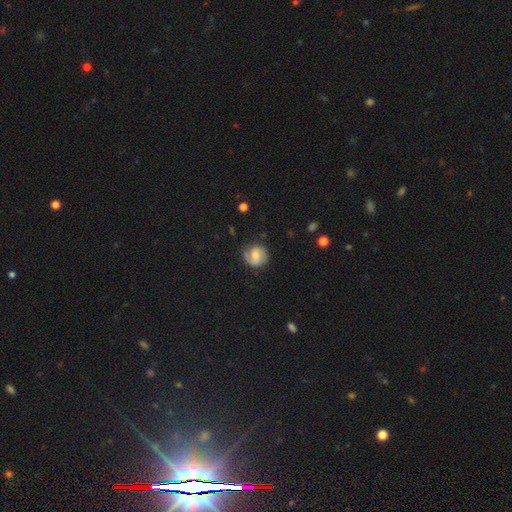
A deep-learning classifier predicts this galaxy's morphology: Q: Smooth or featured?
A: featured or disk (50%); runner-up: smooth (42%)
Q: Merging?
A: none (69%); runner-up: minor disturbance (20%)